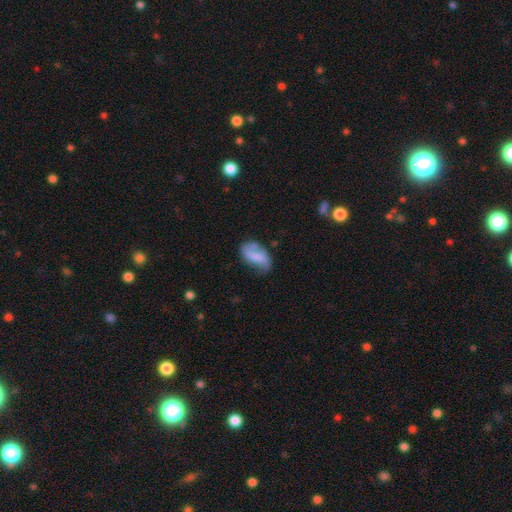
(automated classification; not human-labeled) This is possibly a smooth galaxy (53%). How rounded: clearly in between (90%). Merging: possibly none (46%).